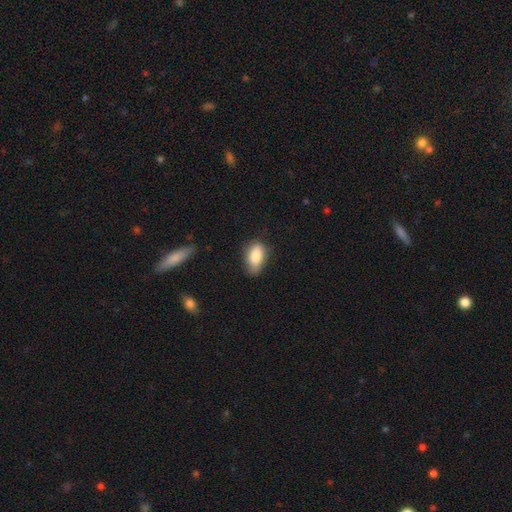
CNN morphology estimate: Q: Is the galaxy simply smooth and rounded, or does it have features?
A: smooth — 84%.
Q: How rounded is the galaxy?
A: in between — 90%.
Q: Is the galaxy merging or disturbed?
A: none — 67%.